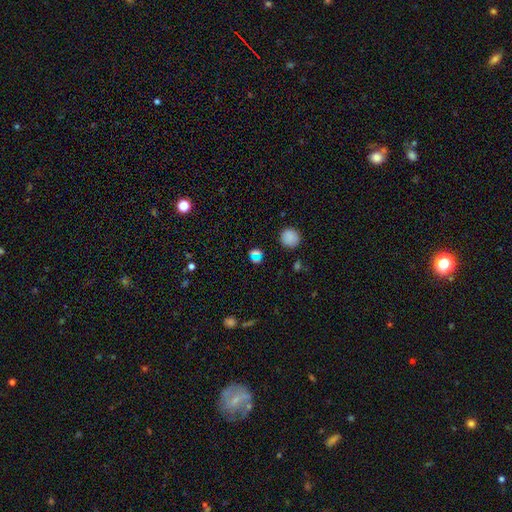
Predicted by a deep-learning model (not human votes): This is possibly a smooth galaxy (56%). How rounded: likely round (72%). Merging: likely none (70%).